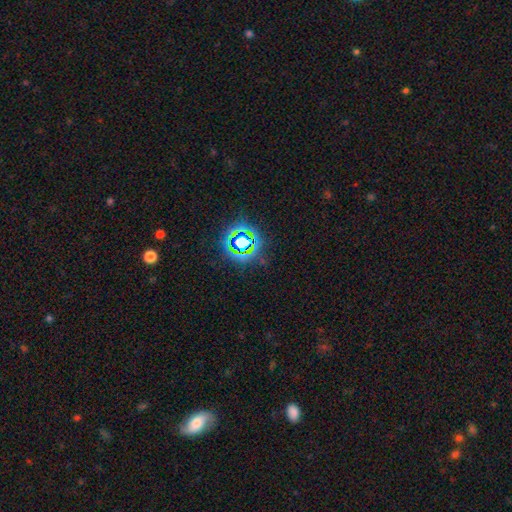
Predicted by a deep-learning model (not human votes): Smooth or featured? Predicted: star or artifact (p=0.75).